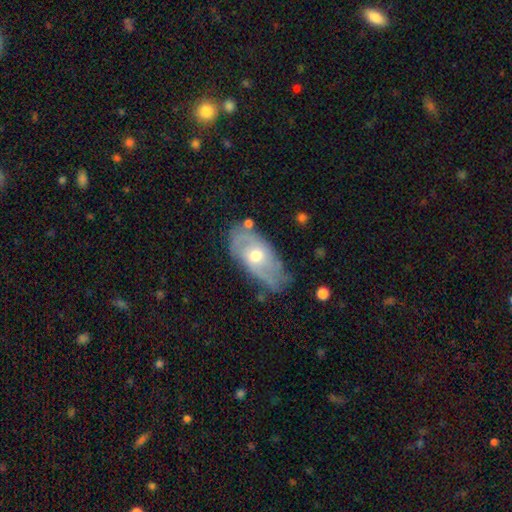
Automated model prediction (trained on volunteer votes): Smooth or featured? featured or disk (64%)
Edge-on disk? no (89%)
Bar? no (70%)
Spiral arms? yes (71%)
Bulge size? moderate (70%)
Merging? none (57%)